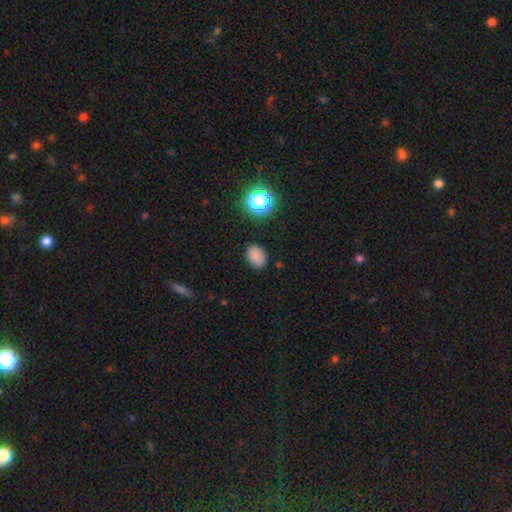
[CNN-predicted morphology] Q: Smooth or featured?
A: smooth (82%); runner-up: star or artifact (14%)
Q: How rounded?
A: in between (65%); runner-up: round (34%)
Q: Merging?
A: none (83%); runner-up: minor disturbance (13%)